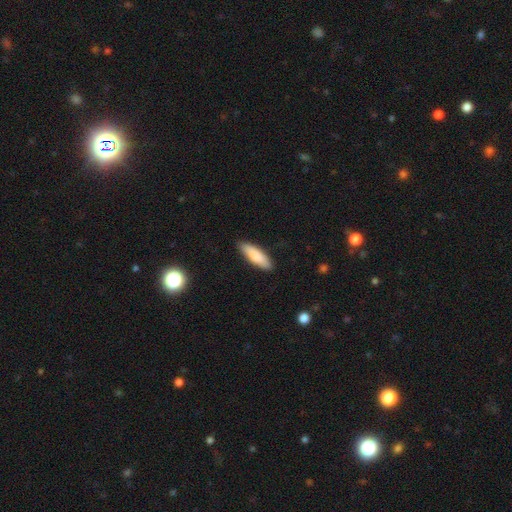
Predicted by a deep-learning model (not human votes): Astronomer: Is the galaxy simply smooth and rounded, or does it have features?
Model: smooth — 83%.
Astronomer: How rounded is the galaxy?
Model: cigar-shaped — 53% (runner-up: in between, 46%).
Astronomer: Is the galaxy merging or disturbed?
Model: none — 87%.